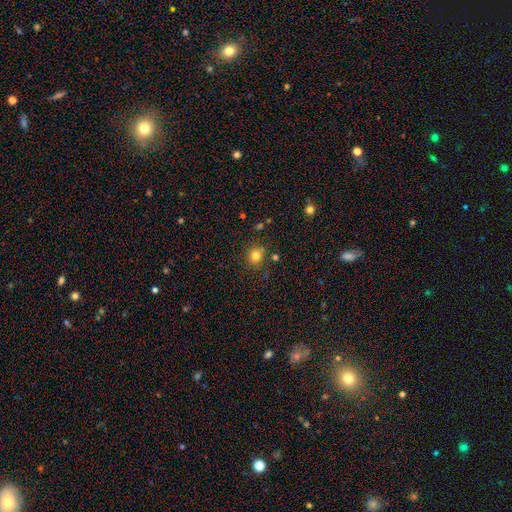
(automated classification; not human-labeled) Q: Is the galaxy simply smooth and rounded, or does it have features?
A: smooth — 79%.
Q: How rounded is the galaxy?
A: round — 85%.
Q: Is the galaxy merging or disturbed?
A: none — 81%.